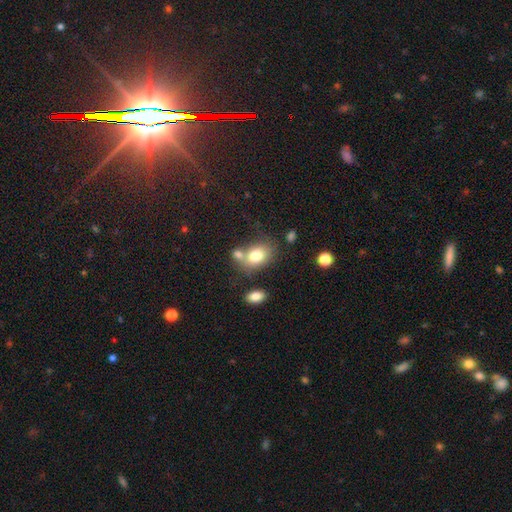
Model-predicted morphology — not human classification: Overall: smooth (78%). How rounded: in between (72%). Merging: none (48%; merger 32%).